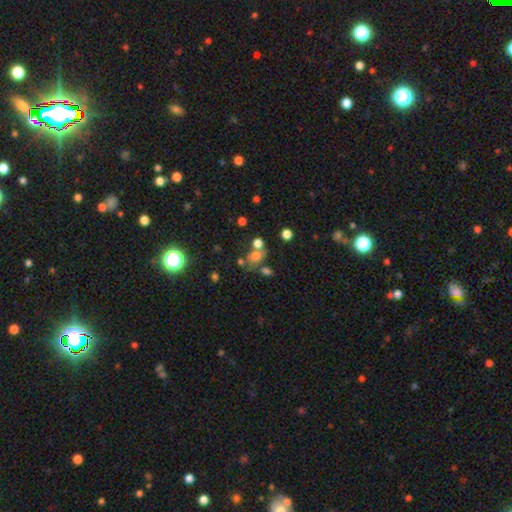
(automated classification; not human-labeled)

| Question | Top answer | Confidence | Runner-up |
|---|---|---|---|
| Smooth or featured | smooth | 63% | star or artifact (22%) |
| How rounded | in between | 58% | round (40%) |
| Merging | none | 44% | merger (32%) |